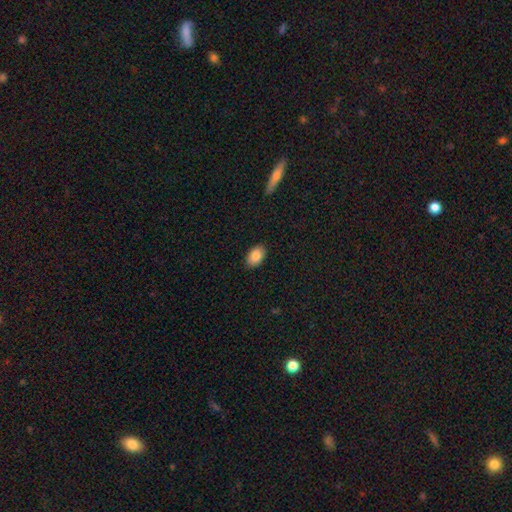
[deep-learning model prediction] Smooth or featured?
  - smooth: 87% *
  - star or artifact: 7%
  - featured or disk: 6%
How rounded?
  - in between: 90% *
  - round: 8%
  - cigar-shaped: 1%
Merging?
  - none: 89% *
  - minor disturbance: 8%
  - major disturbance: 2%
  - merger: 1%